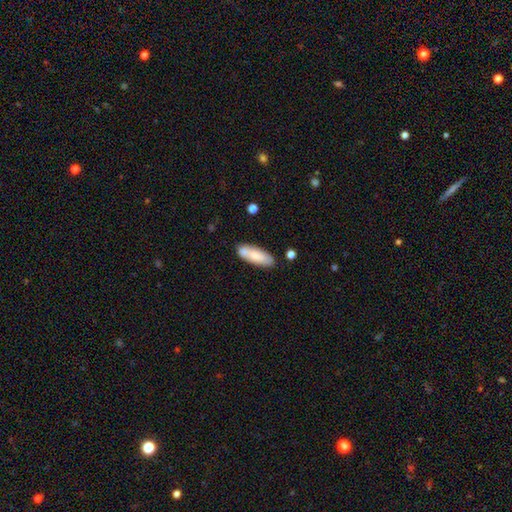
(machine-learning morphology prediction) type=smooth (75%); roundness=in between (62%); merging=none (73%).